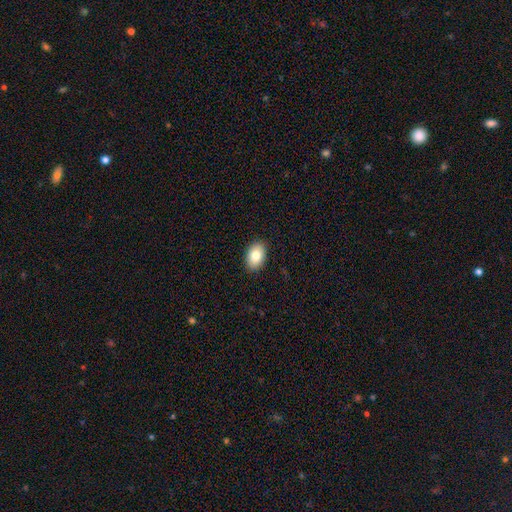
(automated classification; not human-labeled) Overall: smooth (82%). How rounded: in between (90%). Merging: none (90%).